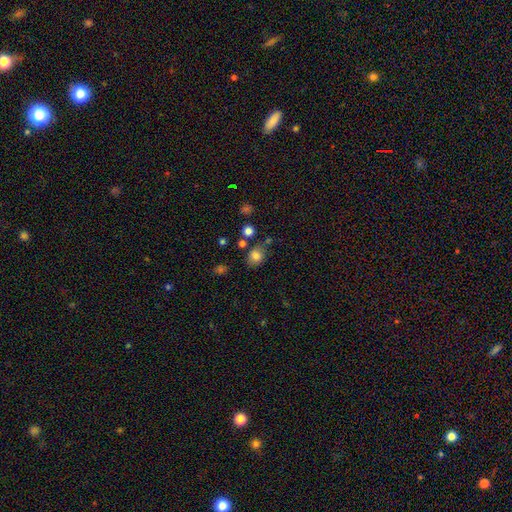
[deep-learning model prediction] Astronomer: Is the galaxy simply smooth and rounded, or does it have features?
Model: smooth — 80%.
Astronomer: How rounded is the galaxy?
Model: round — 56% (runner-up: in between, 43%).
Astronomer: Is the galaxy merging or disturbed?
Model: none — 70%.